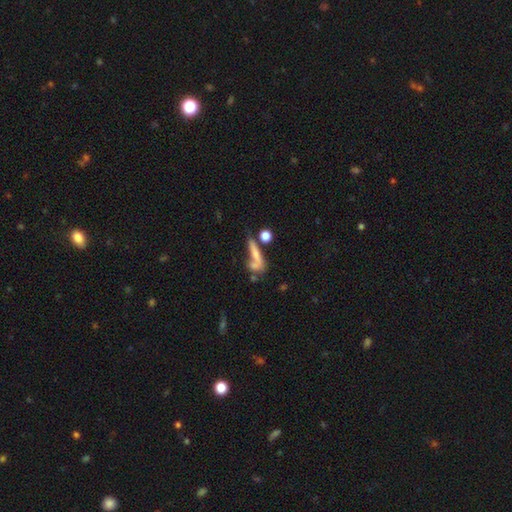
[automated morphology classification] Q: Smooth or featured?
A: smooth (56%); runner-up: featured or disk (31%)
Q: How rounded?
A: cigar-shaped (61%); runner-up: in between (30%)
Q: Merging?
A: none (35%); runner-up: merger (32%)